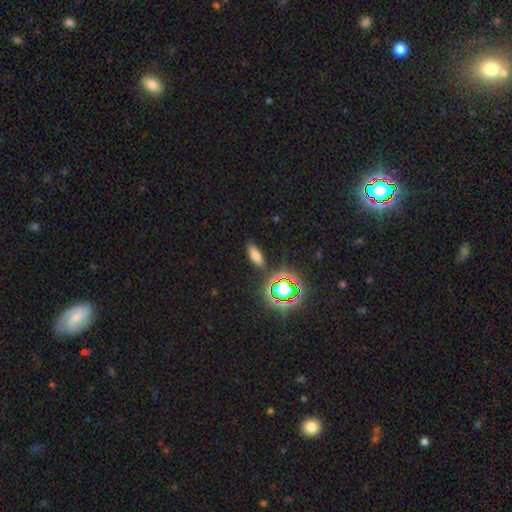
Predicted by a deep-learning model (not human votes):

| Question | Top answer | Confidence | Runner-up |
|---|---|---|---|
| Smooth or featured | smooth | 69% | star or artifact (23%) |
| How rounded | in between | 73% | cigar-shaped (21%) |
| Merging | none | 84% | minor disturbance (10%) |